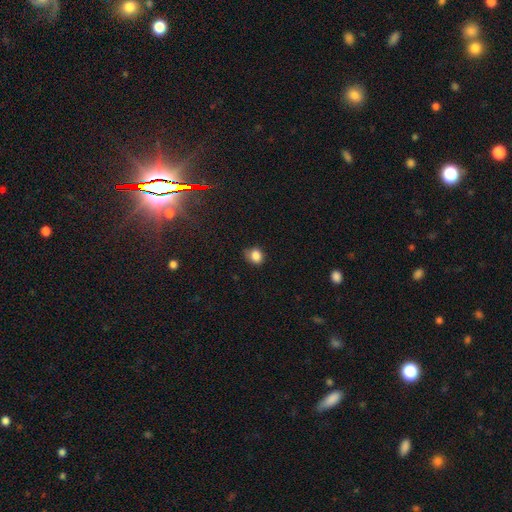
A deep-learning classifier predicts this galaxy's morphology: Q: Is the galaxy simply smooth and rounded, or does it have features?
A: smooth — 84%.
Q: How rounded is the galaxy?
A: round — 56%.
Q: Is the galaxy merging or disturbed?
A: none — 58%.